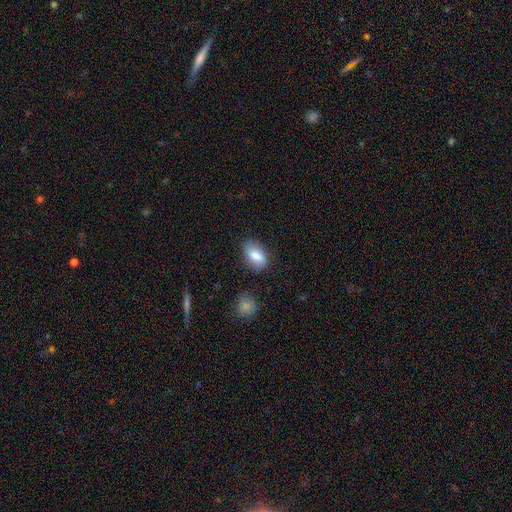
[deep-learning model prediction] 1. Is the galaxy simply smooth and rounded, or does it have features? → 84% smooth, 9% featured or disk, 7% star or artifact.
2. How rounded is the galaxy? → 91% in between, 6% round, 4% cigar-shaped.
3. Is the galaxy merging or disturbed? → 75% none, 18% minor disturbance, 4% major disturbance, 3% merger.